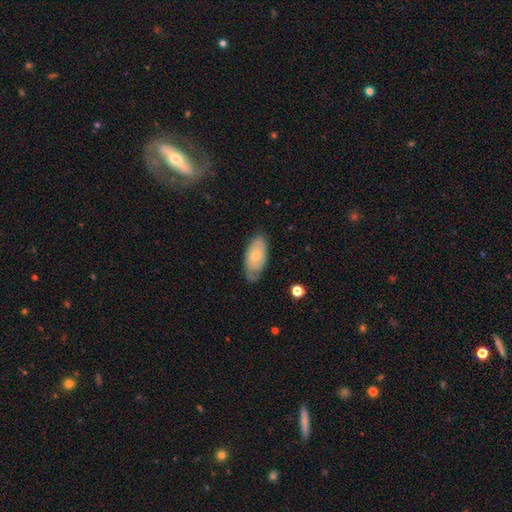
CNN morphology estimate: Overall: smooth (56%; featured or disk 38%). How rounded: in between (91%). Merging: none (61%; minor disturbance 30%).